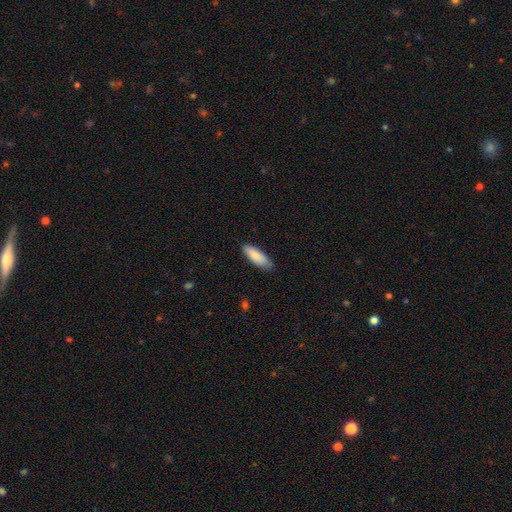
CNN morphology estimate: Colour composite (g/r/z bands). It shows a smooth galaxy with no disk features (86%) that is in between round and cigar-shaped (65%). Merging: none (81%).